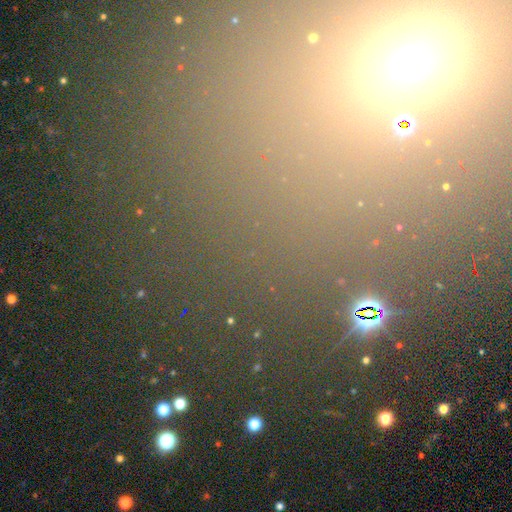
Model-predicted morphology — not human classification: The model was most divided on "smooth or featured": star or artifact: 77%, smooth: 16%, featured or disk: 8%.